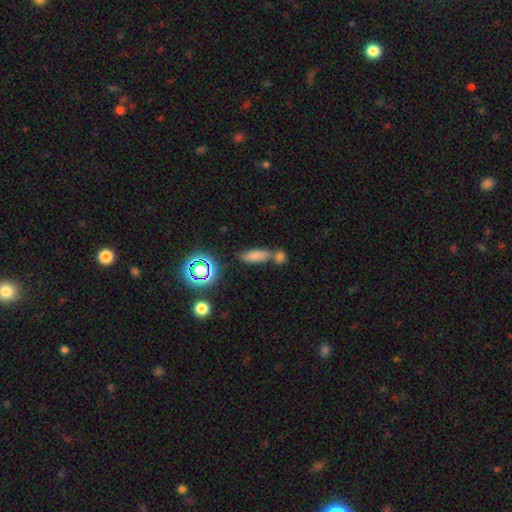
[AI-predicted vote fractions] smooth-or-featured: smooth: 74% | star or artifact: 17% | featured or disk: 9%
  how-rounded: in between: 56% | cigar-shaped: 39% | round: 5%
  merging: none: 52% | merger: 33% | minor disturbance: 11% | major disturbance: 4%